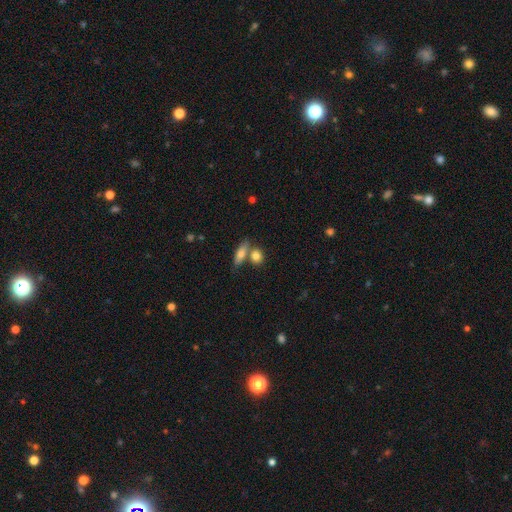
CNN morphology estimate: smooth_or_featured: smooth (p=0.80) [alt: featured or disk p=0.12]
how_rounded: in between (p=0.47) [alt: round p=0.45]
merging: none (p=0.51) [alt: merger p=0.36]